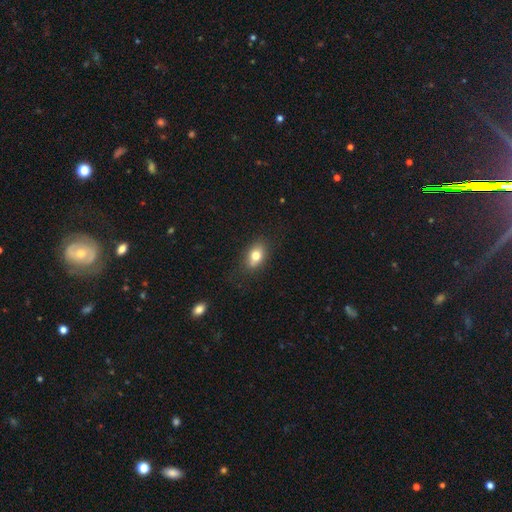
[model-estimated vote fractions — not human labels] The model was most divided on "how rounded": in between: 78%, round: 20%, cigar-shaped: 2%. More confident: merging — none (79%); smooth or featured — smooth (77%).